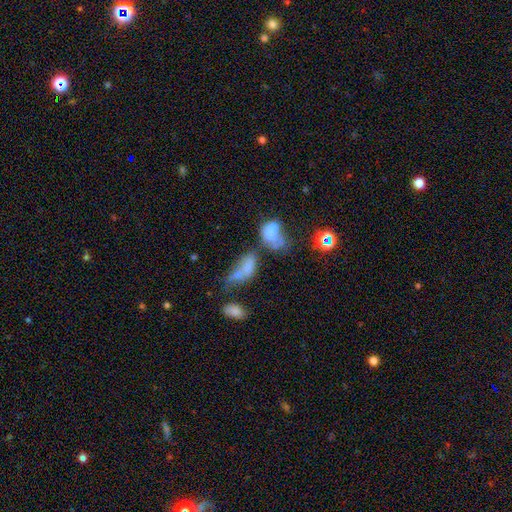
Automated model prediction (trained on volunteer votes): Smooth or featured?
  - star or artifact: 49% *
  - smooth: 34%
  - featured or disk: 18%